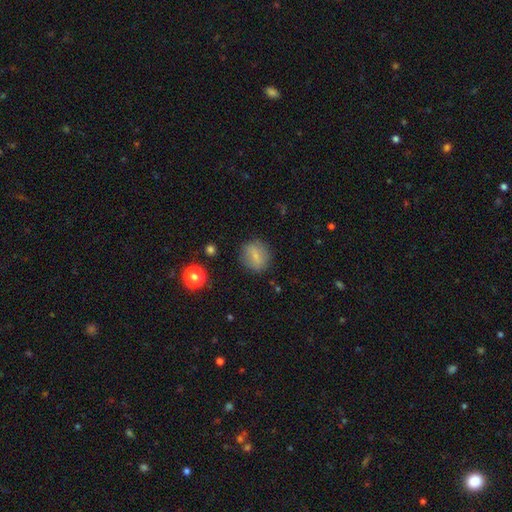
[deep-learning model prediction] Morphology: type=smooth (73%); roundness=round (76%); merging=none (83%).